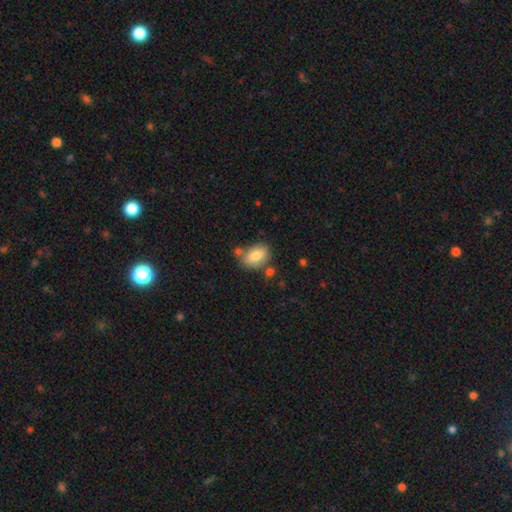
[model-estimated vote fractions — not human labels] Smooth or featured: smooth — 79% (featured or disk — 14%)
How rounded: in between — 84% (round — 14%)
Merging: none — 65% (minor disturbance — 17%)